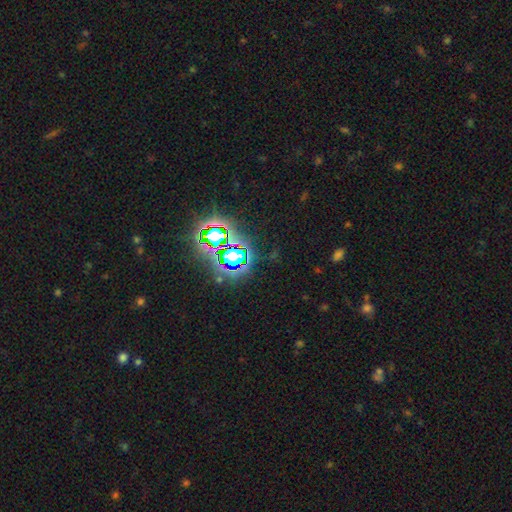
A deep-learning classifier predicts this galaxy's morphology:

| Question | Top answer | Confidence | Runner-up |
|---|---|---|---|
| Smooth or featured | star or artifact | 79% | smooth (13%) |